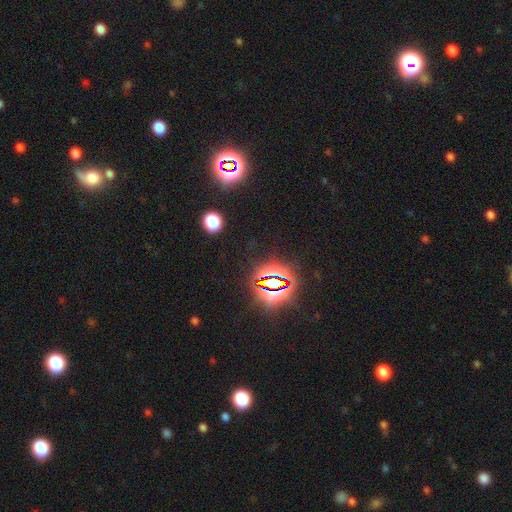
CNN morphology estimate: Smooth or featured? star or artifact (82%)